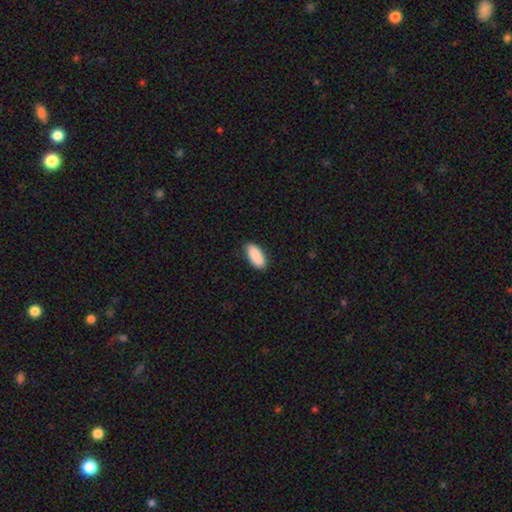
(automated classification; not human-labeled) smooth_or_featured: smooth (p=0.91) [alt: star or artifact p=0.06]
how_rounded: in between (p=0.90) [alt: cigar-shaped p=0.08]
merging: none (p=0.87) [alt: minor disturbance p=0.10]